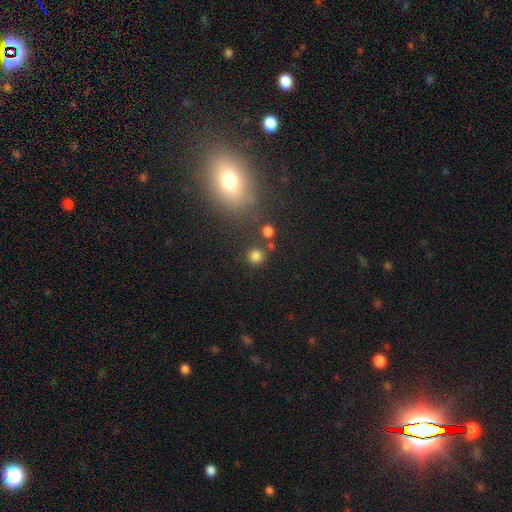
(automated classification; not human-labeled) This is likely a smooth galaxy (79%). How rounded: clearly round (92%). Merging: likely none (80%).